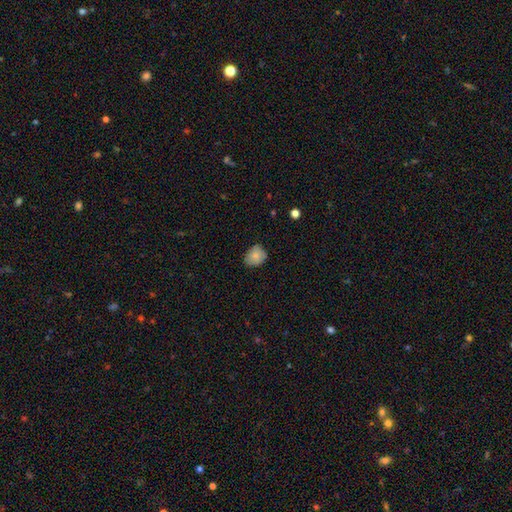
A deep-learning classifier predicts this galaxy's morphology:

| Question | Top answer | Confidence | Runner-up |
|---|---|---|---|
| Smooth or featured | smooth | 82% | featured or disk (10%) |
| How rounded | round | 51% | in between (48%) |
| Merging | none | 68% | minor disturbance (27%) |